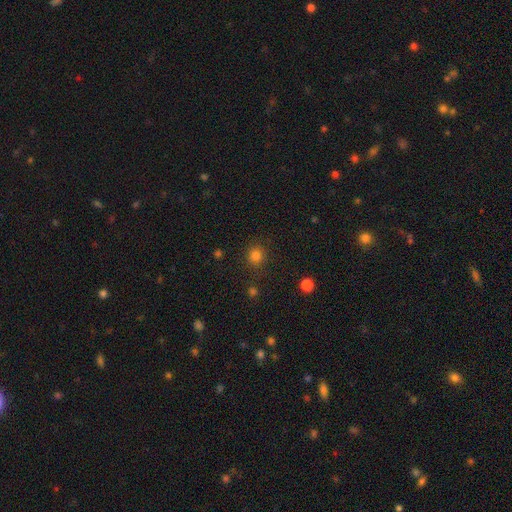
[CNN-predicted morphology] This appears to be a smooth galaxy with no disk features (81%) that is round (89%). Merging: none (86%).